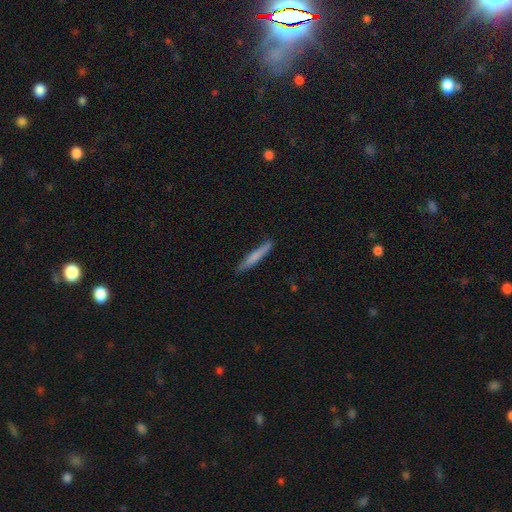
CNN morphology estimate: This appears to be a smooth galaxy with no disk features (71%) that is cigar-shaped (95%). Merging: none (87%).